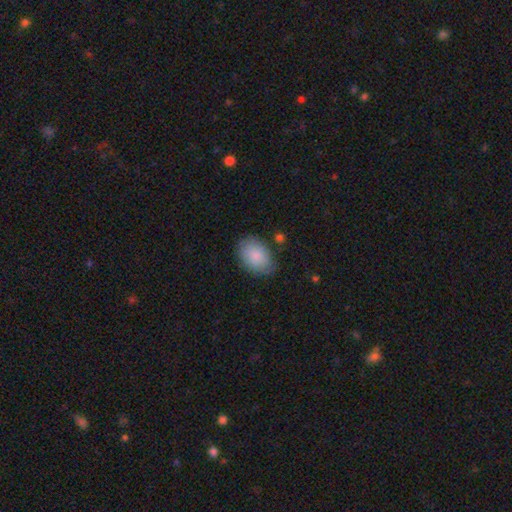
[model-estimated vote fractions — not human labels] A smooth galaxy with no disk features (85%) that is in between round and cigar-shaped (83%).

Vote fractions:
- Smooth or featured? smooth: 85% / featured or disk: 9% / star or artifact: 6%
- How rounded? in between: 83% / round: 16% / cigar-shaped: 1%
- Merging? none: 75% / minor disturbance: 18% / major disturbance: 4% / merger: 2%